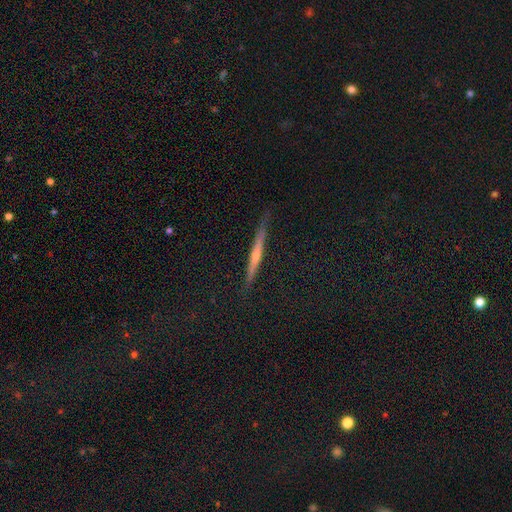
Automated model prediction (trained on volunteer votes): This appears to be a featured or disk galaxy (58%) viewed edge-on (96%) with a rounded central bulge (60%). Merging: none (83%).